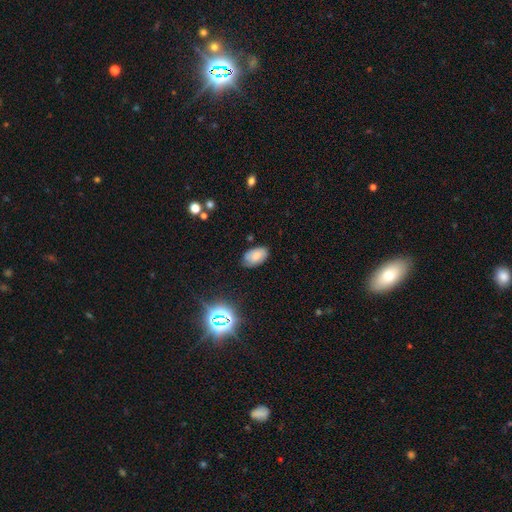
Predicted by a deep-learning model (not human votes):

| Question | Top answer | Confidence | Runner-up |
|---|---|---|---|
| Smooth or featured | smooth | 71% | featured or disk (17%) |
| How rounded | in between | 94% | round (5%) |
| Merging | none | 75% | minor disturbance (20%) |